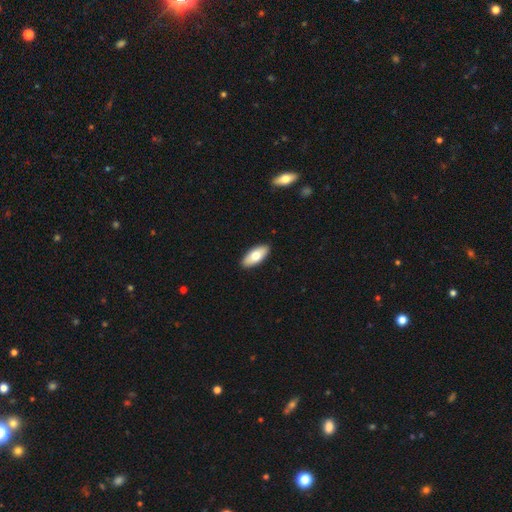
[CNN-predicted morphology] This appears to be a smooth galaxy with no disk features (72%) that is in between round and cigar-shaped (86%). Merging: none (91%).